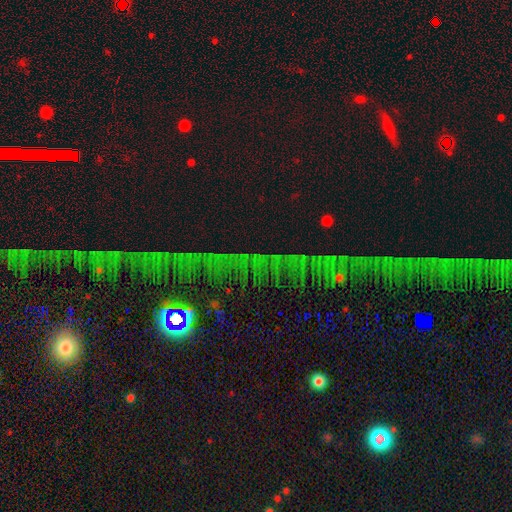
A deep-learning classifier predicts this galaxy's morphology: Q: Smooth or featured?
A: star or artifact (80%); runner-up: featured or disk (11%)